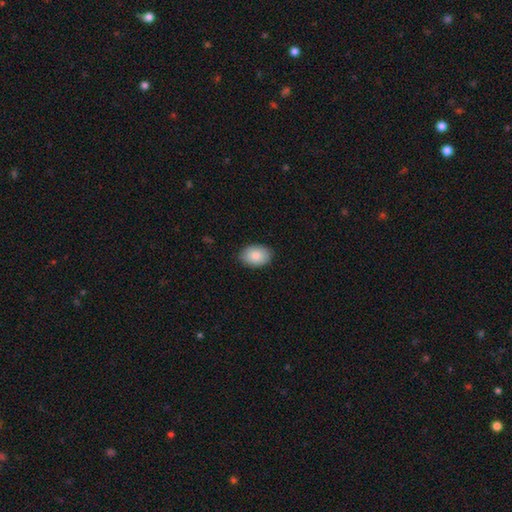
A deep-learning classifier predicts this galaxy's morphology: Smooth or featured: smooth — 86% (featured or disk — 7%)
How rounded: in between — 83% (round — 17%)
Merging: none — 87% (minor disturbance — 10%)